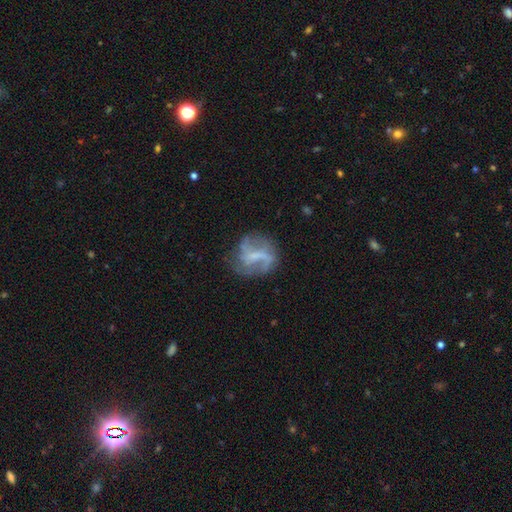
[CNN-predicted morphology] This appears to be a featured or disk galaxy (70%) with a weak bar (47%), 2 (58%) loose (52%) spiral arms (80%) and no central bulge (45%). Merging: none (60%).